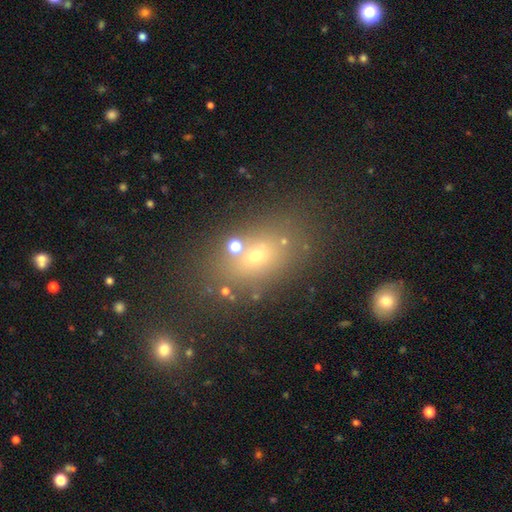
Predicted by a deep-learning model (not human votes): This is possibly a smooth galaxy (57%). How rounded: likely in between (74%). Merging: likely none (69%).